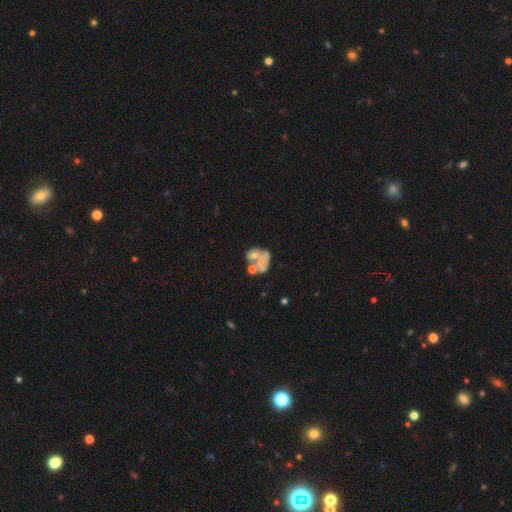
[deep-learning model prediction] Smooth or featured?
  - featured or disk: 52% *
  - smooth: 32%
  - star or artifact: 16%
Edge-on disk?
  - no: 98% *
  - yes: 2%
Bar?
  - no: 90% *
  - weak: 7%
  - strong: 3%
Spiral arms?
  - no: 83% *
  - yes: 17%
Bulge size?
  - none: 42% *
  - small: 31%
  - moderate: 22%
  - large: 3%
  - dominant: 2%
Merging?
  - merger: 36% *
  - none: 32%
  - major disturbance: 17%
  - minor disturbance: 15%